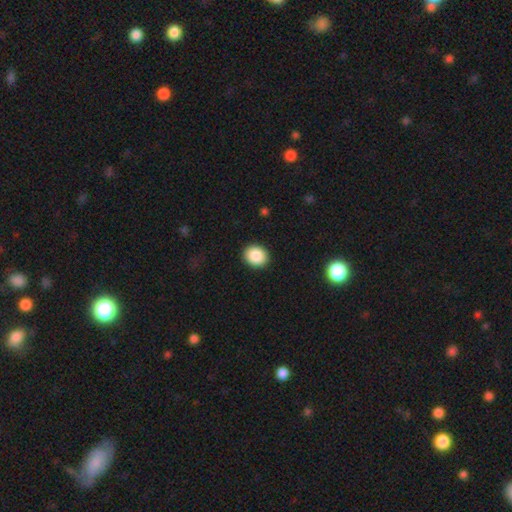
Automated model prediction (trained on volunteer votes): Smooth or featured?
  - smooth: 88% *
  - star or artifact: 8%
  - featured or disk: 4%
How rounded?
  - round: 63% *
  - in between: 36%
  - cigar-shaped: 1%
Merging?
  - none: 91% *
  - minor disturbance: 6%
  - major disturbance: 2%
  - merger: 1%